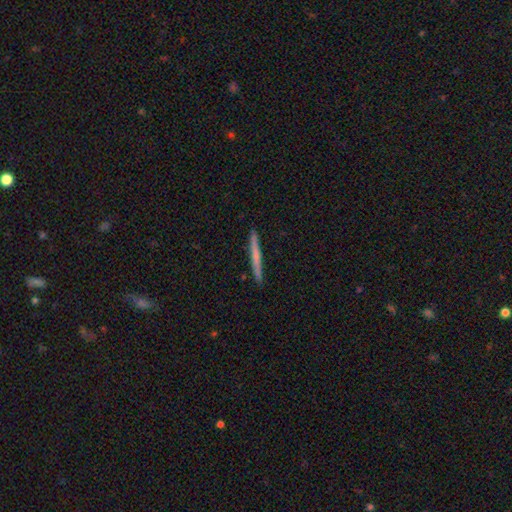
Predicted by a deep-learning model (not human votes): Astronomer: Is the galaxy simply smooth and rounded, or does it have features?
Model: smooth — 56% (runner-up: featured or disk, 39%).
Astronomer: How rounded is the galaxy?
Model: cigar-shaped — 97%.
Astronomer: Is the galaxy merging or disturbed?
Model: none — 92%.